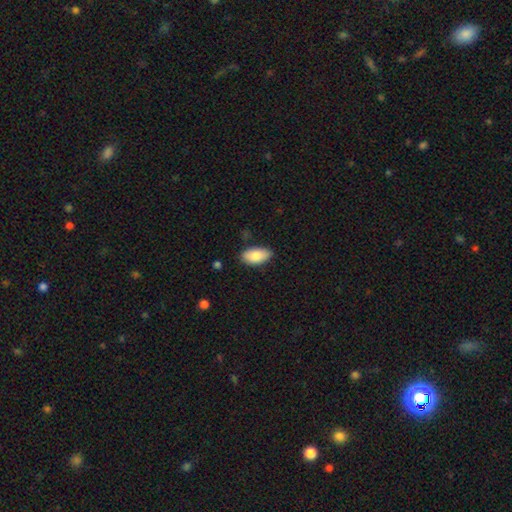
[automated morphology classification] smooth 84%, featured or disk 10%, star or artifact 6%. Down the decision tree: how rounded — in between (93%); merging — none (83%).